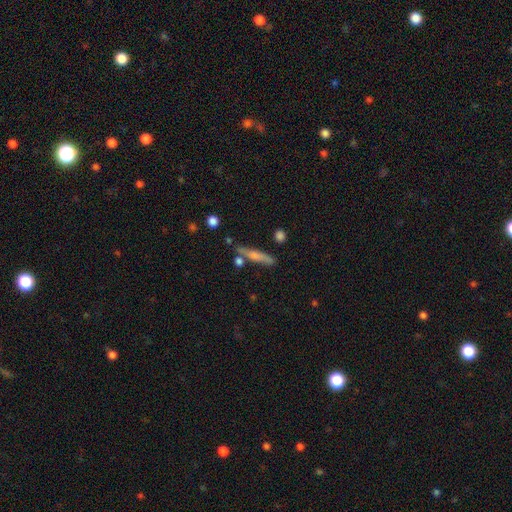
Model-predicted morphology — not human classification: A smooth galaxy with no disk features (57%) that is cigar-shaped (87%).

Vote fractions:
- Smooth or featured? smooth: 57% / featured or disk: 35% / star or artifact: 8%
- How rounded? cigar-shaped: 87% / in between: 10% / round: 3%
- Merging? none: 69% / minor disturbance: 16% / merger: 10% / major disturbance: 5%